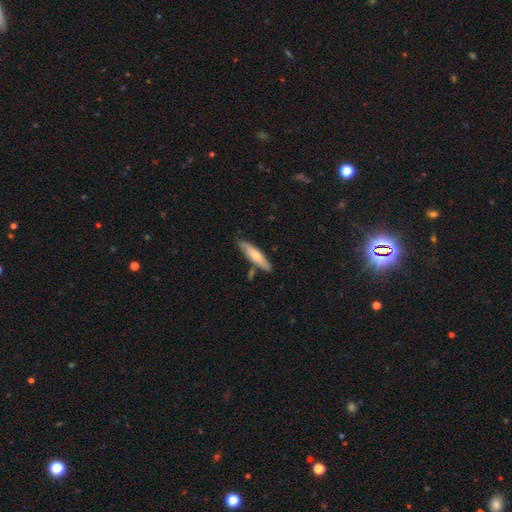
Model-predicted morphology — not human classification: A smooth galaxy with no disk features (61%) that is cigar-shaped (75%).

Vote fractions:
- Smooth or featured? smooth: 61% / featured or disk: 34% / star or artifact: 5%
- How rounded? cigar-shaped: 75% / in between: 23% / round: 2%
- Merging? none: 75% / minor disturbance: 16% / merger: 7% / major disturbance: 3%